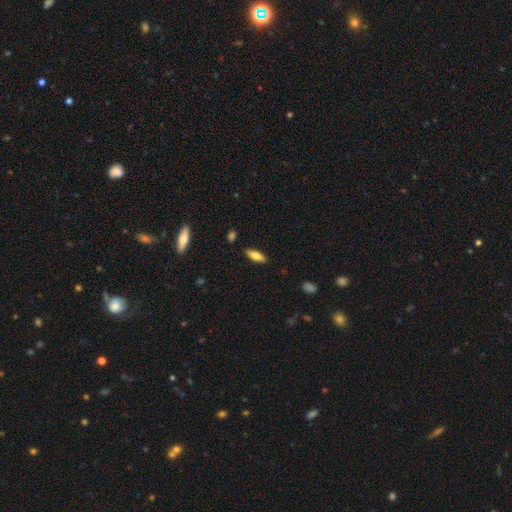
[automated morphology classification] The model was most divided on "how rounded": in between: 58%, cigar-shaped: 40%, round: 2%. More confident: merging — none (87%); smooth or featured — smooth (62%).